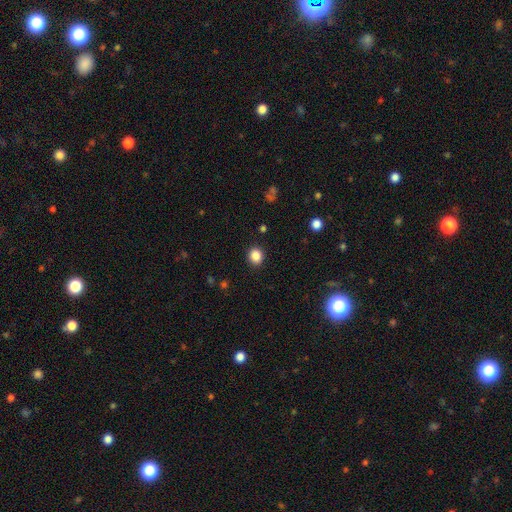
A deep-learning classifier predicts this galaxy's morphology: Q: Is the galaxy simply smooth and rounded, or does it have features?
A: smooth — 86%.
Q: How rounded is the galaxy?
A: round — 80%.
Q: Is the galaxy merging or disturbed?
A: none — 91%.